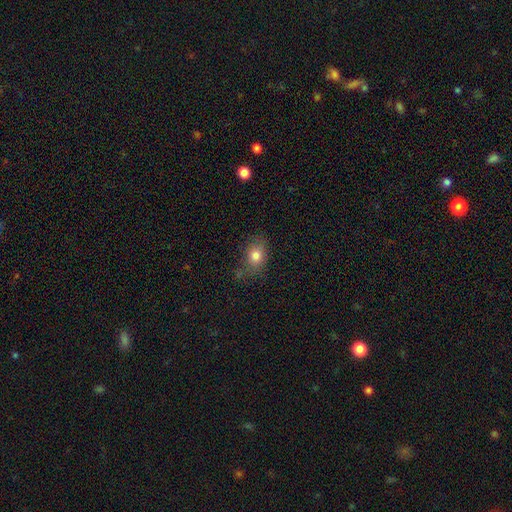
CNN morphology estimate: Smooth or featured?
  - smooth: 80% *
  - star or artifact: 11%
  - featured or disk: 10%
How rounded?
  - in between: 66% *
  - round: 32%
  - cigar-shaped: 2%
Merging?
  - none: 68% *
  - minor disturbance: 22%
  - major disturbance: 7%
  - merger: 3%